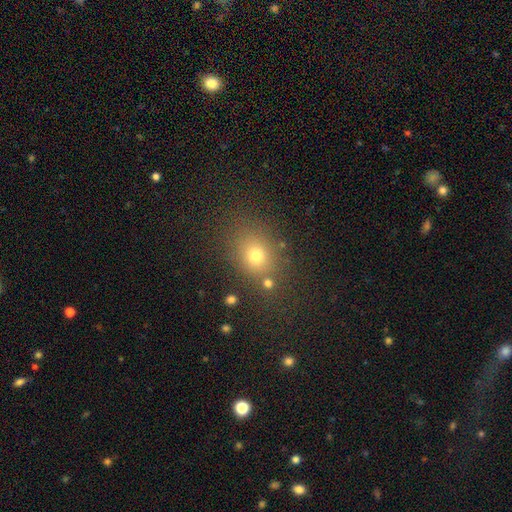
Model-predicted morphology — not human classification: A smooth galaxy with no disk features (72%) that is round (51%). Merging: none (75%).